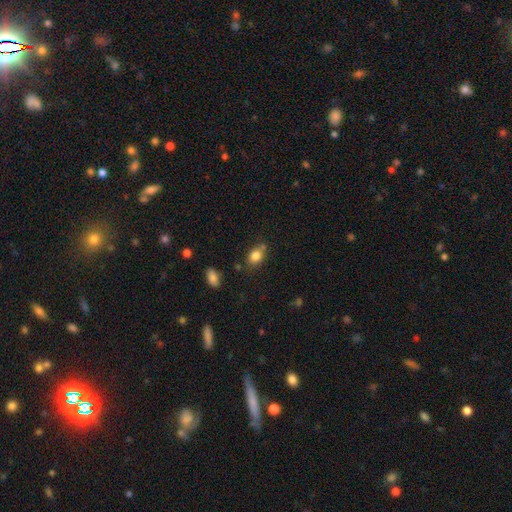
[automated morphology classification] Q: Smooth or featured?
A: smooth (83%); runner-up: star or artifact (9%)
Q: How rounded?
A: in between (71%); runner-up: round (27%)
Q: Merging?
A: none (63%); runner-up: minor disturbance (20%)